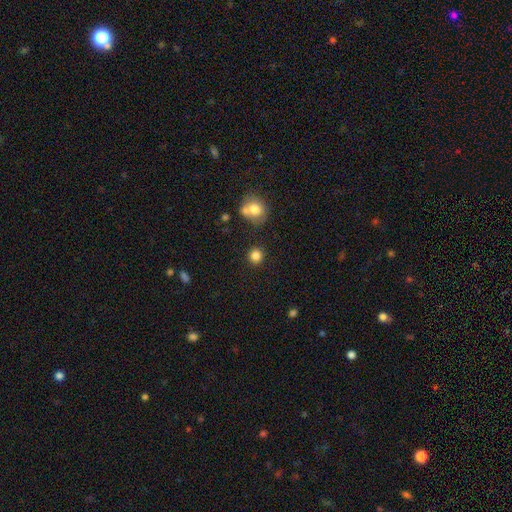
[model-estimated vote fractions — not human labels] Q: Smooth or featured?
A: smooth (84%); runner-up: star or artifact (11%)
Q: How rounded?
A: round (91%); runner-up: in between (8%)
Q: Merging?
A: none (86%); runner-up: minor disturbance (7%)